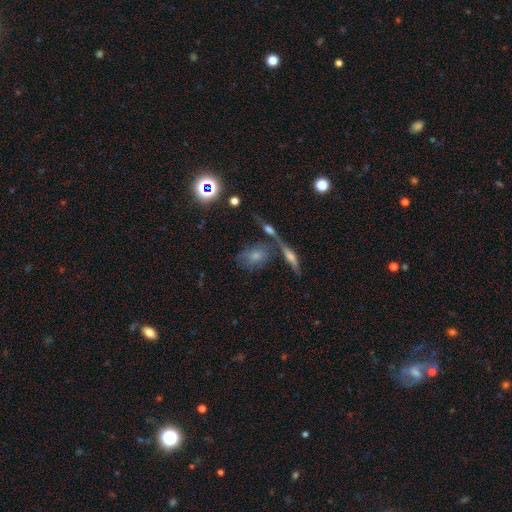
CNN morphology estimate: Smooth or featured? Predicted: smooth (p=0.59). How rounded? Predicted: in between (p=0.71). Merging? Predicted: none (p=0.44).